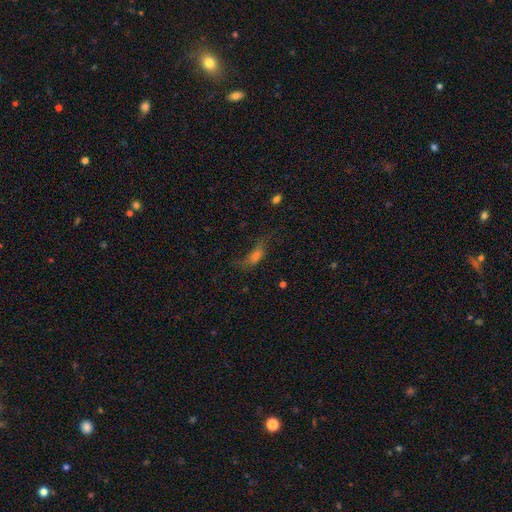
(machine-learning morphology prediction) Overall: smooth (47%; featured or disk 31%). Merging: none (44%; major disturbance 29%).